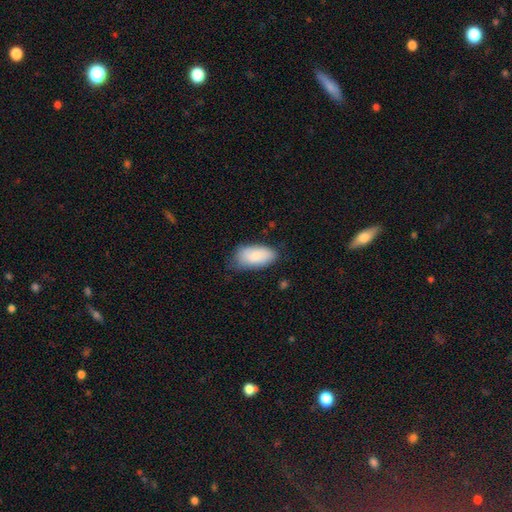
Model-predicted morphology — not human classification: Overall: smooth (82%). How rounded: in between (93%). Merging: none (65%; minor disturbance 28%).